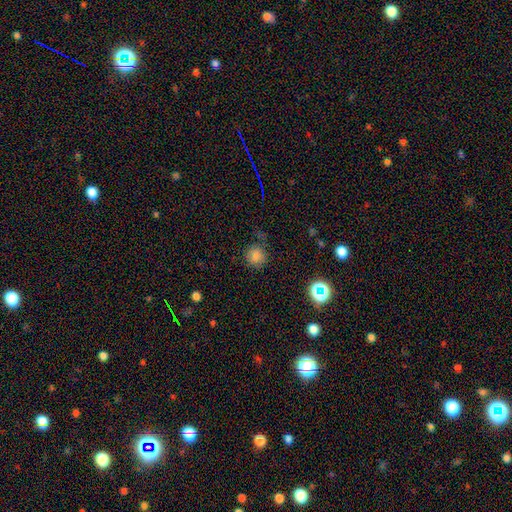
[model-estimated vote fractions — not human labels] A smooth galaxy with no disk features (80%) that is round (92%).

Vote fractions:
- Smooth or featured? smooth: 80% / star or artifact: 14% / featured or disk: 6%
- How rounded? round: 92% / in between: 7% / cigar-shaped: 1%
- Merging? none: 79% / minor disturbance: 13% / major disturbance: 4% / merger: 3%